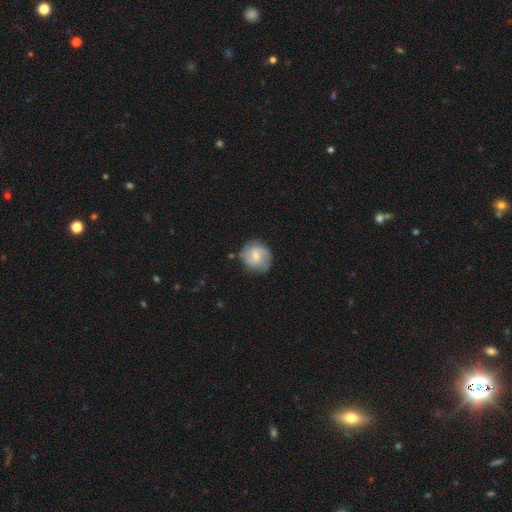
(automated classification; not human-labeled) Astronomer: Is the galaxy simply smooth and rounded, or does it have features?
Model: smooth — 50% (runner-up: featured or disk, 43%).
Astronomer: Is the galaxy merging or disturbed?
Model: none — 75%.